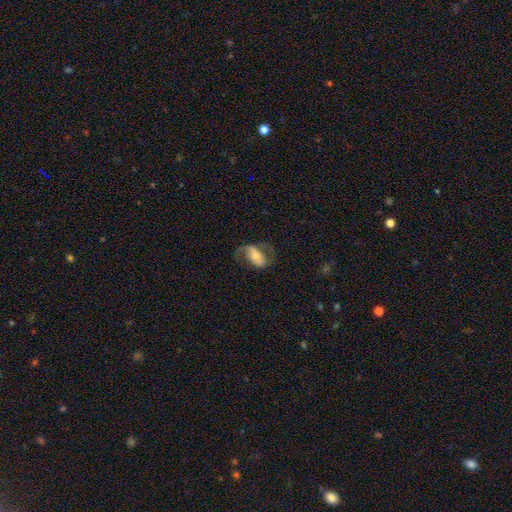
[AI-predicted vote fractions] Smooth or featured?
  - featured or disk: 65% *
  - smooth: 28%
  - star or artifact: 7%
Edge-on disk?
  - no: 95% *
  - yes: 5%
Bar?
  - no: 37% *
  - weak: 32%
  - strong: 31%
Spiral arms?
  - yes: 85% *
  - no: 15%
Spiral winding?
  - loose: 48% *
  - medium: 39%
  - tight: 13%
Spiral arm count?
  - 2: 75% *
  - 1: 16%
  - can't tell: 6%
  - 3: 1%
  - 4: 1%
  - more than 4: 1%
Bulge size?
  - moderate: 49% *
  - small: 38%
  - large: 8%
  - none: 3%
  - dominant: 2%
Merging?
  - none: 54% *
  - major disturbance: 24%
  - minor disturbance: 21%
  - merger: 2%